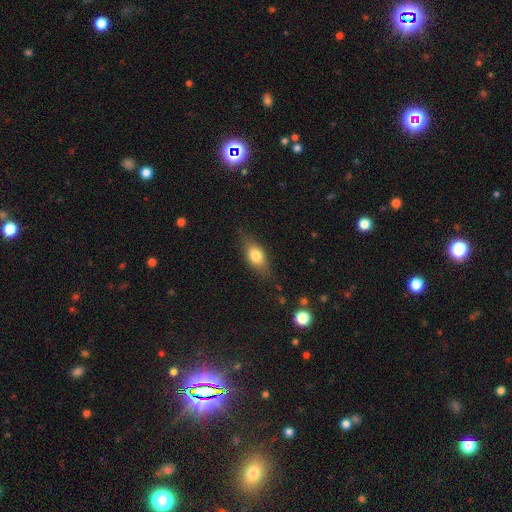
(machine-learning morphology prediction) Smooth or featured: smooth — 71% (featured or disk — 21%)
How rounded: in between — 76% (cigar-shaped — 14%)
Merging: none — 76% (minor disturbance — 18%)